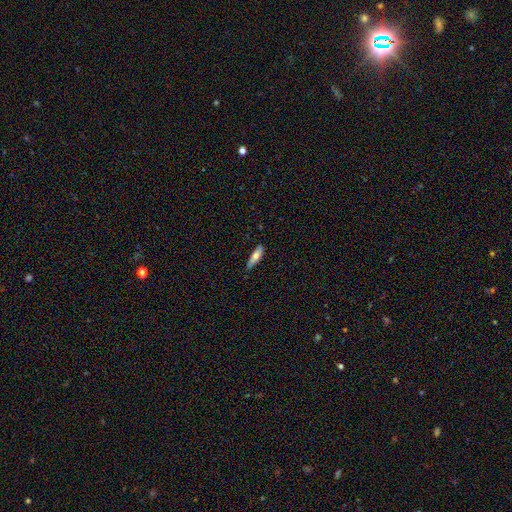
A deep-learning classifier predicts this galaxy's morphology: smooth 70%, featured or disk 24%, star or artifact 6%. Down the decision tree: how rounded — cigar-shaped (57%); merging — none (69%).